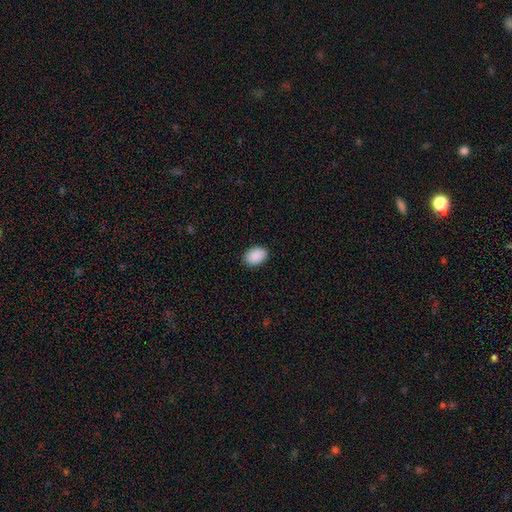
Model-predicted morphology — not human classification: smooth_or_featured: smooth (p=0.91) [alt: star or artifact p=0.07]
how_rounded: in between (p=0.83) [alt: round p=0.16]
merging: none (p=0.88) [alt: minor disturbance p=0.09]